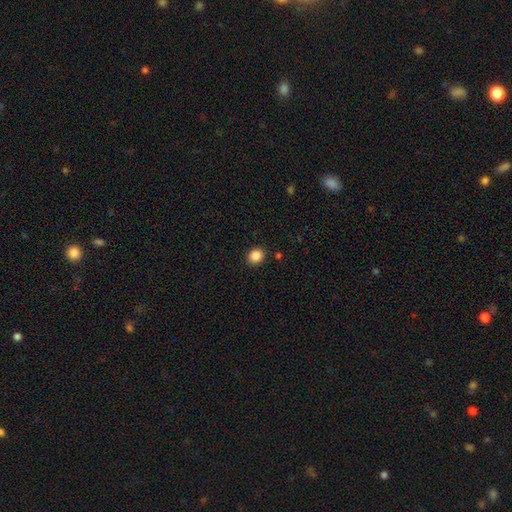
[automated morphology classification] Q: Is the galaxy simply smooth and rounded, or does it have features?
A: smooth — 86%.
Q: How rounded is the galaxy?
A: round — 84%.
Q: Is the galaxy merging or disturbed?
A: none — 91%.